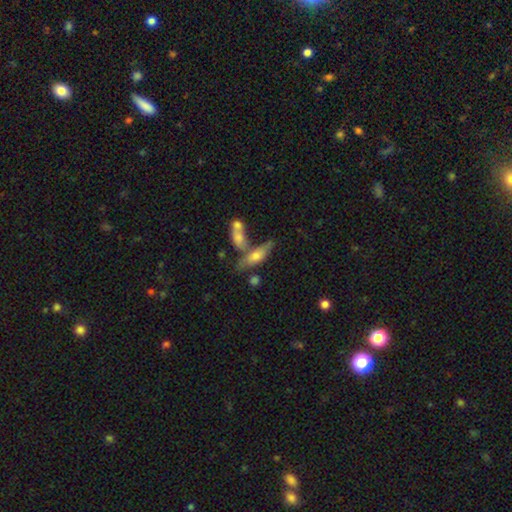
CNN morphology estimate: Q: Smooth or featured?
A: smooth (57%); runner-up: featured or disk (35%)
Q: How rounded?
A: in between (57%); runner-up: cigar-shaped (39%)
Q: Merging?
A: merger (39%); runner-up: none (37%)